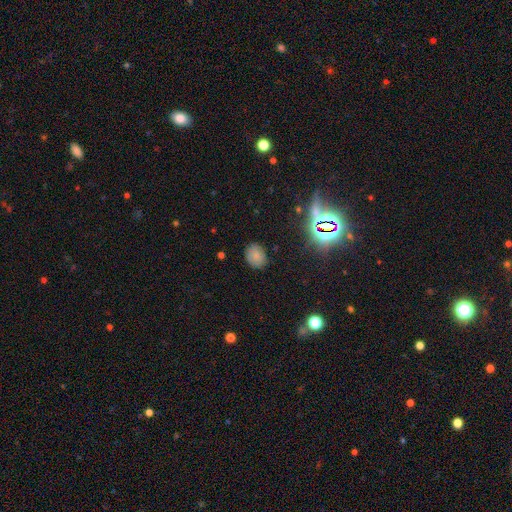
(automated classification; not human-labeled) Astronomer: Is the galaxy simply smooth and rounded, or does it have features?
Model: smooth — 75%.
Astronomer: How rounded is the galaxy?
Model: in between — 56% (runner-up: round, 43%).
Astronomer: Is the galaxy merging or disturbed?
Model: none — 82%.